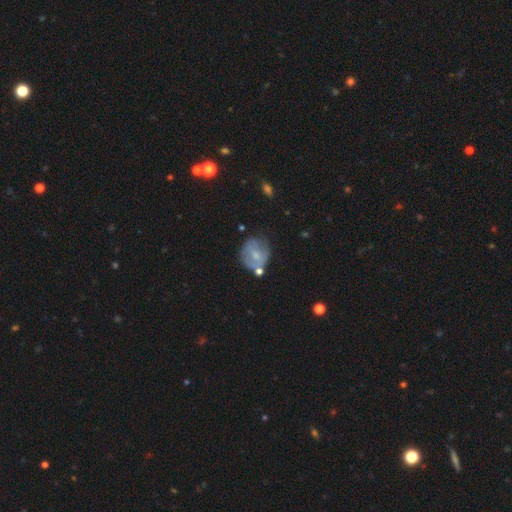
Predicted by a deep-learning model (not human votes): Q: Smooth or featured?
A: smooth (48%); runner-up: featured or disk (44%)
Q: Merging?
A: none (49%); runner-up: minor disturbance (28%)